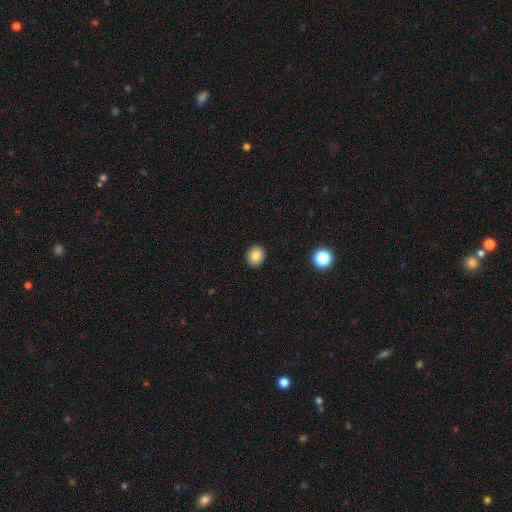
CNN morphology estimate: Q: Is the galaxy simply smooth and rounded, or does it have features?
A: smooth — 83%.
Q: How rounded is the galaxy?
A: round — 61%.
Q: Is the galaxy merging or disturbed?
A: none — 91%.